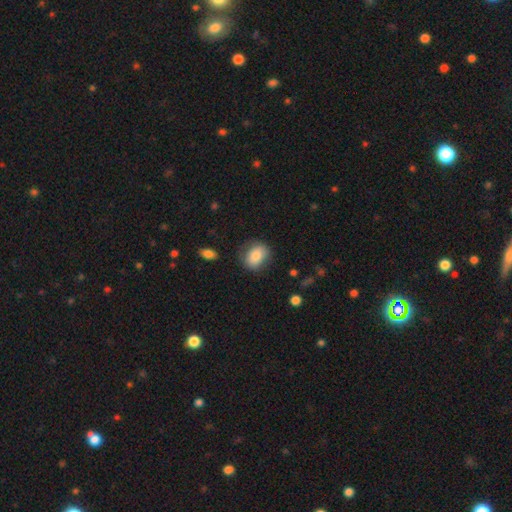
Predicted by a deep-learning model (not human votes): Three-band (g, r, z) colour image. It shows a smooth galaxy with no disk features (80%) that is in between round and cigar-shaped (54%). Merging: none (72%).